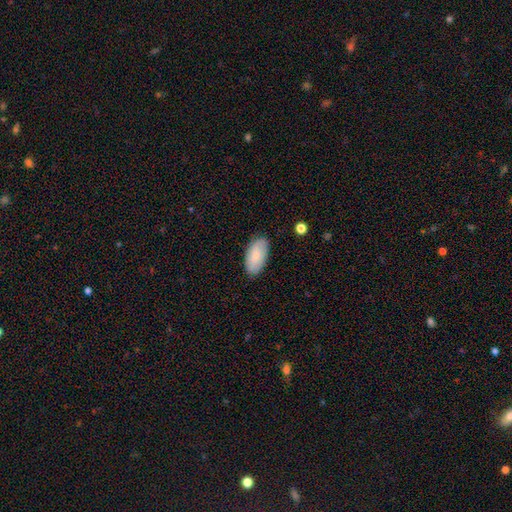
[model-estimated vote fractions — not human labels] A smooth galaxy with no disk features (80%) that is in between round and cigar-shaped (94%).

Vote fractions:
- Smooth or featured? smooth: 80% / featured or disk: 14% / star or artifact: 6%
- How rounded? in between: 94% / cigar-shaped: 4% / round: 2%
- Merging? none: 84% / minor disturbance: 12% / major disturbance: 2% / merger: 1%